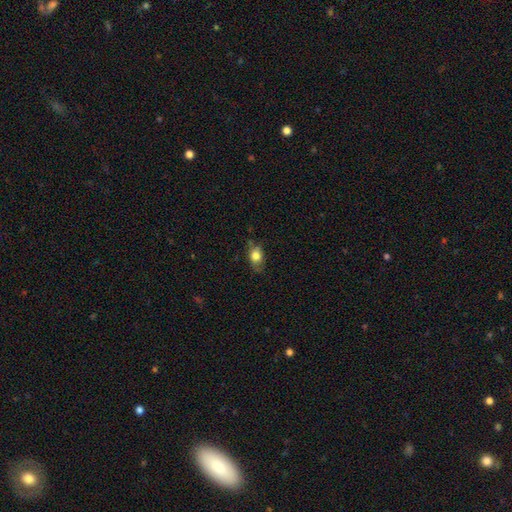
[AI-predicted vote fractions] Q: Smooth or featured?
A: smooth (78%); runner-up: featured or disk (14%)
Q: How rounded?
A: in between (72%); runner-up: round (24%)
Q: Merging?
A: none (65%); runner-up: minor disturbance (26%)